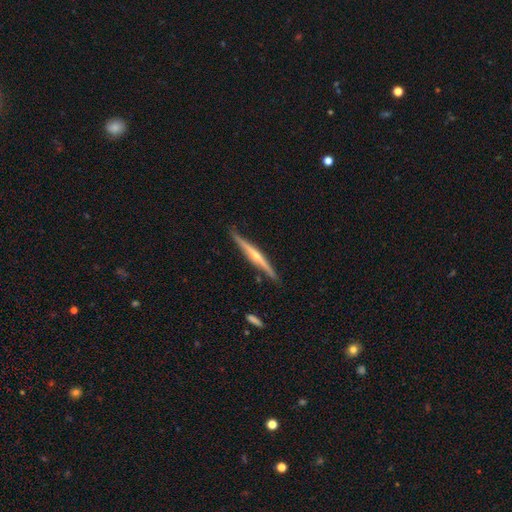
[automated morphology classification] smooth-or-featured: featured or disk: 77% | smooth: 18% | star or artifact: 5%
  disk-edge-on: yes: 97% | no: 3%
    edge-on-bulge: rounded: 77% | none: 17% | boxy: 6%
  merging: none: 86% | minor disturbance: 10% | major disturbance: 2% | merger: 2%